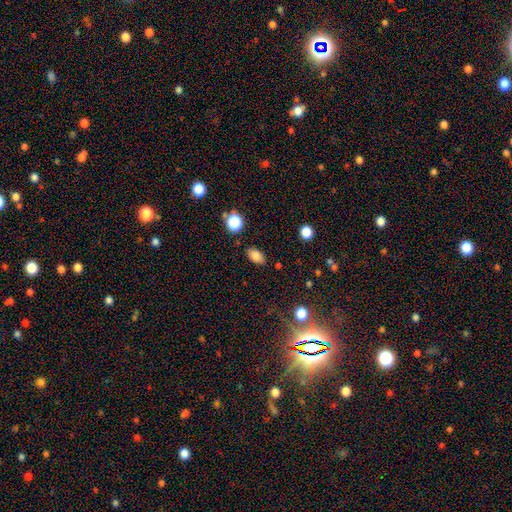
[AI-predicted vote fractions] Q: Smooth or featured?
A: smooth (81%); runner-up: star or artifact (10%)
Q: How rounded?
A: in between (88%); runner-up: round (9%)
Q: Merging?
A: none (84%); runner-up: minor disturbance (11%)